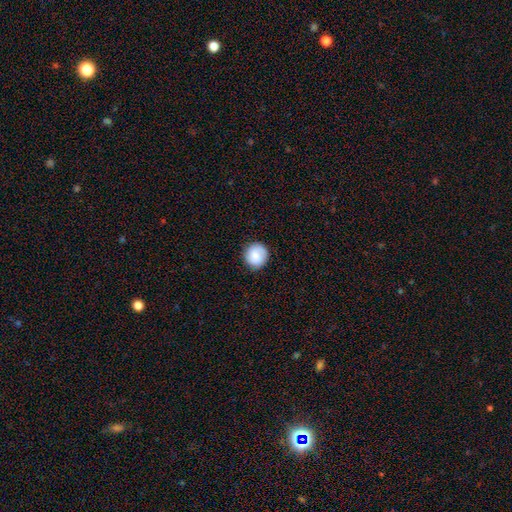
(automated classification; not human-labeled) smooth 83%, featured or disk 10%, star or artifact 7%. Down the decision tree: how rounded — round (90%); merging — none (86%).